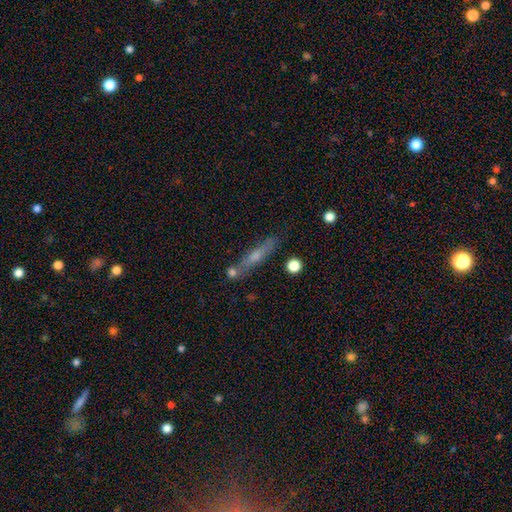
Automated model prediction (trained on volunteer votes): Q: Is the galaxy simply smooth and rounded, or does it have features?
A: featured or disk — 46%.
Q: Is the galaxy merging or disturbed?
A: none — 73%.